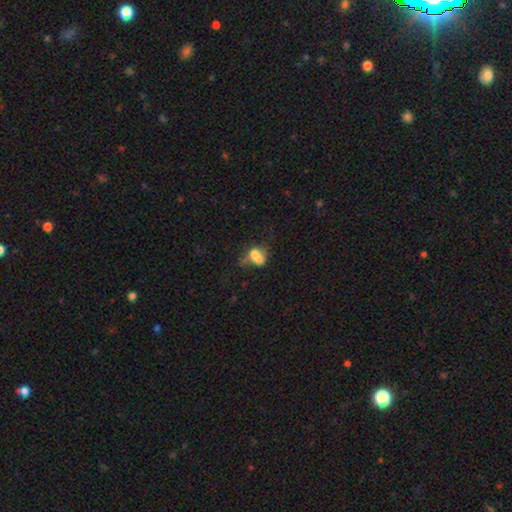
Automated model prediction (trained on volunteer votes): The model was most divided on "how rounded": in between: 53%, round: 45%, cigar-shaped: 2%. More confident: smooth or featured — smooth (62%); merging — merger (60%).